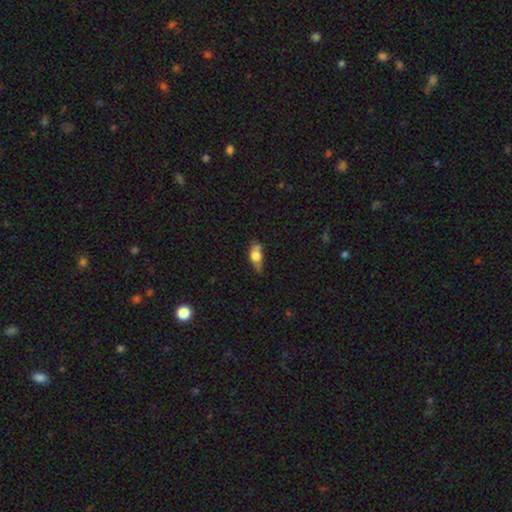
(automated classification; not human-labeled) Smooth or featured: smooth — 65% (featured or disk — 27%)
How rounded: in between — 78% (cigar-shaped — 16%)
Merging: none — 56% (minor disturbance — 32%)